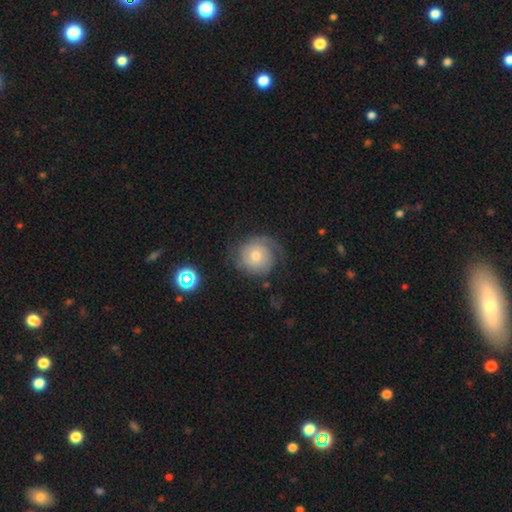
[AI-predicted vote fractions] smooth-or-featured: featured or disk: 70% | smooth: 21% | star or artifact: 9%
  disk-edge-on: no: 98% | yes: 2%
    bar: no: 77% | weak: 20% | strong: 3%
    has-spiral-arms: yes: 93% | no: 7%
      spiral-winding: tight: 60% | medium: 28% | loose: 12%
      spiral-arm-count: 2: 45% | 1: 22% | can't tell: 21% | 3: 7% | 4: 3% | more than 4: 3%
    bulge-size: moderate: 62% | small: 29% | large: 5% | none: 2% | dominant: 1%
  merging: none: 69% | minor disturbance: 17% | major disturbance: 12% | merger: 2%